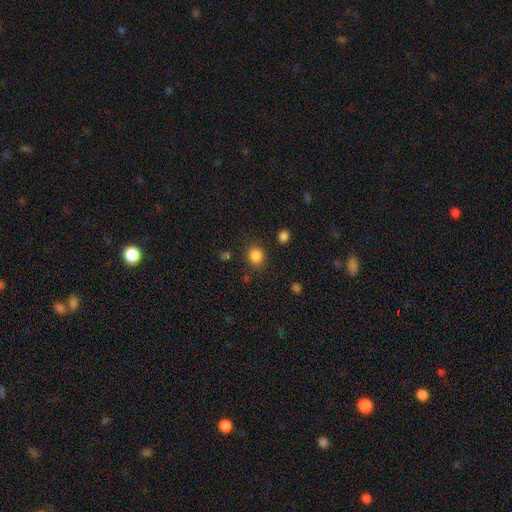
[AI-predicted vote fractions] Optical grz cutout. It shows a smooth galaxy with no disk features (85%) that is round (81%). Merging: none (85%).